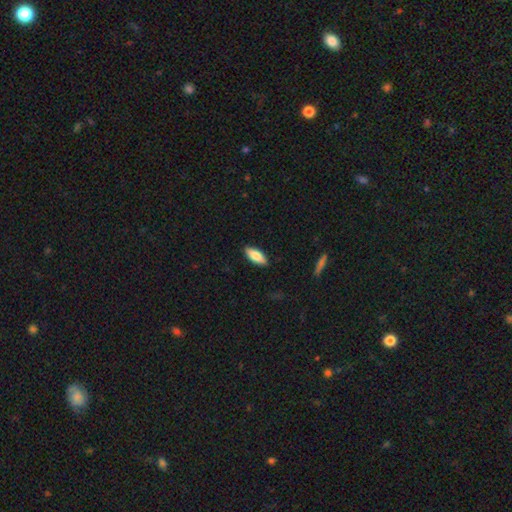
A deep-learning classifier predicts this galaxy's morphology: smooth 76%, featured or disk 18%, star or artifact 6%. Down the decision tree: how rounded — in between (74%); merging — none (89%).